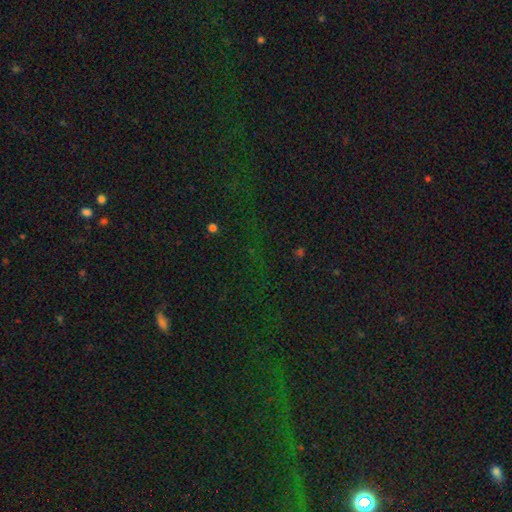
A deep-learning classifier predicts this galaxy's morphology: A star or artifact, not a galaxy (81%).